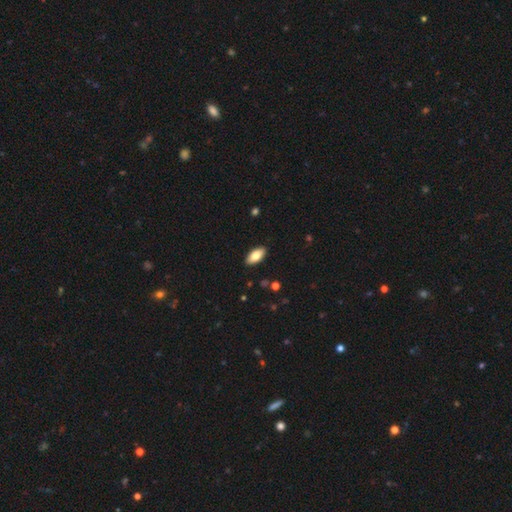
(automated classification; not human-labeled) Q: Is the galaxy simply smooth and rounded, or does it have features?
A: smooth — 78%.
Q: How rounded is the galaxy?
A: in between — 90%.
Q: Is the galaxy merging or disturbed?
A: none — 90%.